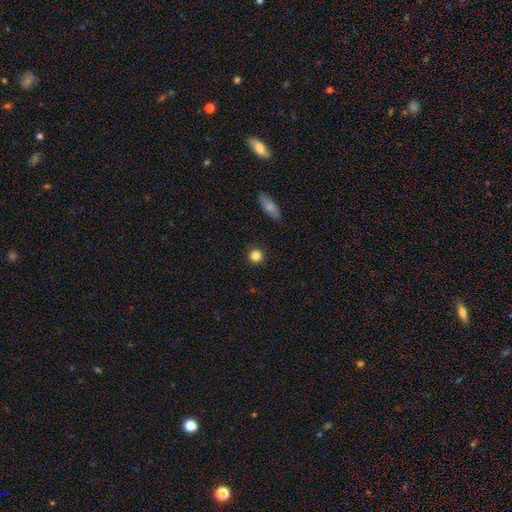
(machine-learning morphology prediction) Smooth or featured: smooth — 85% (star or artifact — 11%)
How rounded: round — 93% (in between — 6%)
Merging: none — 90% (minor disturbance — 6%)